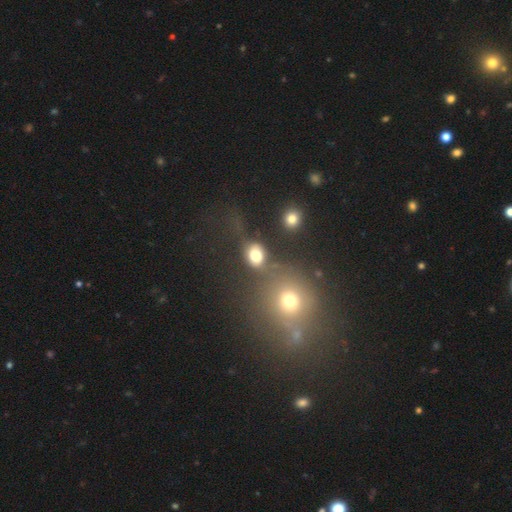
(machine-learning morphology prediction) smooth_or_featured: smooth (p=0.75) [alt: star or artifact p=0.13]
how_rounded: in between (p=0.50) [alt: round p=0.48]
merging: none (p=0.51) [alt: merger p=0.18]